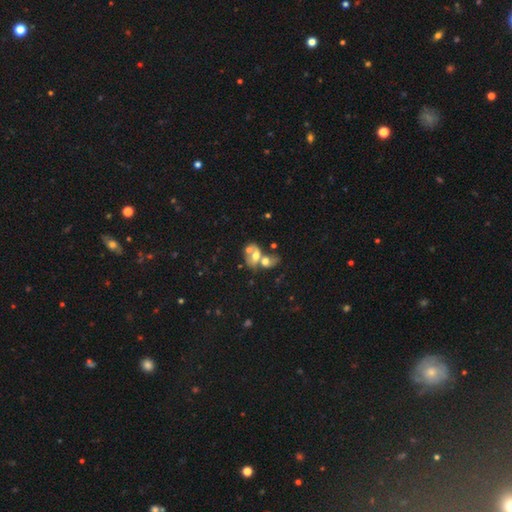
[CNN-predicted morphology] Overall: smooth (49%; featured or disk 39%). Merging: merger (75%).